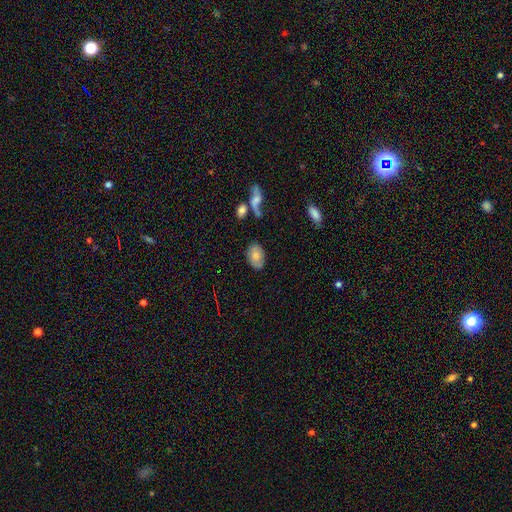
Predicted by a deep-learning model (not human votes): Q: Smooth or featured?
A: smooth (73%); runner-up: featured or disk (19%)
Q: How rounded?
A: in between (86%); runner-up: round (12%)
Q: Merging?
A: none (73%); runner-up: minor disturbance (18%)